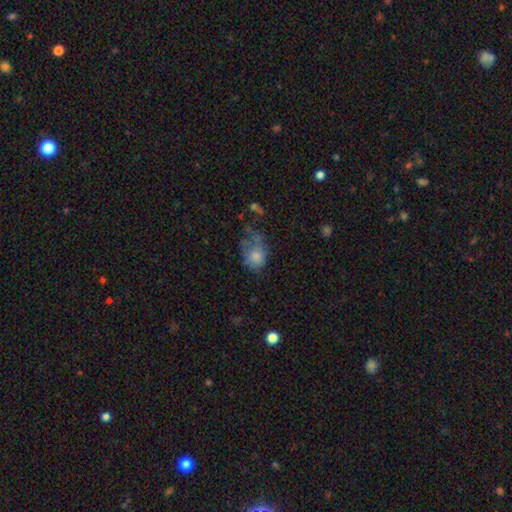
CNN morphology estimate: The model was most divided on "merging": major disturbance: 34%, none: 28%, minor disturbance: 28%, merger: 10%. More confident: smooth or featured — smooth (74%); how rounded — in between (56%).